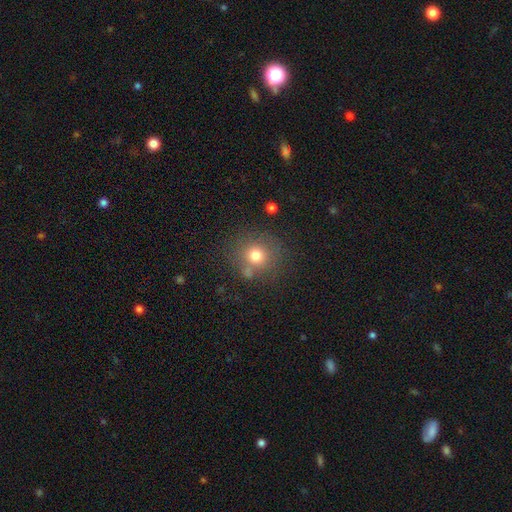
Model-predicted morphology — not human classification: smooth-or-featured: smooth: 75% | star or artifact: 14% | featured or disk: 11%
  how-rounded: round: 87% | in between: 12% | cigar-shaped: 1%
  merging: none: 74% | minor disturbance: 13% | merger: 8% | major disturbance: 5%